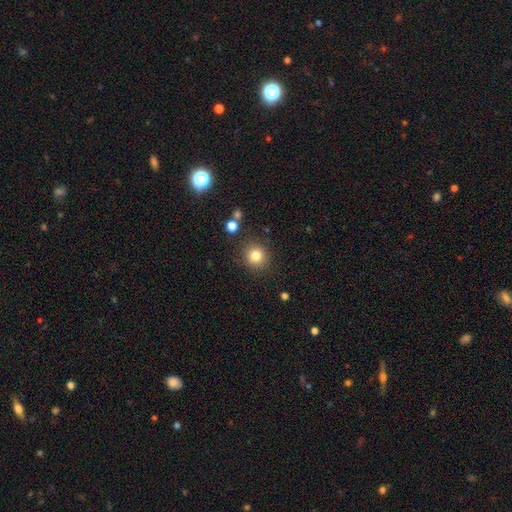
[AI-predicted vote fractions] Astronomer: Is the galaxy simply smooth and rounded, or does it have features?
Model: smooth — 81%.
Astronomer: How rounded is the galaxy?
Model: round — 89%.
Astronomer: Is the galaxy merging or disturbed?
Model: none — 87%.